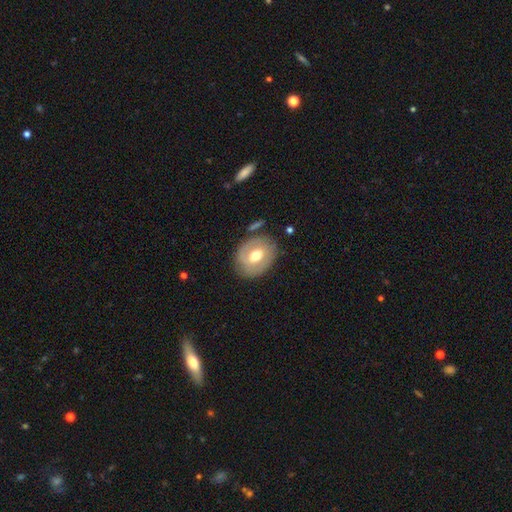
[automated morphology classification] Q: Smooth or featured?
A: featured or disk (51%); runner-up: smooth (43%)
Q: Edge-on disk?
A: no (93%); runner-up: yes (7%)
Q: Merging?
A: none (75%); runner-up: minor disturbance (16%)